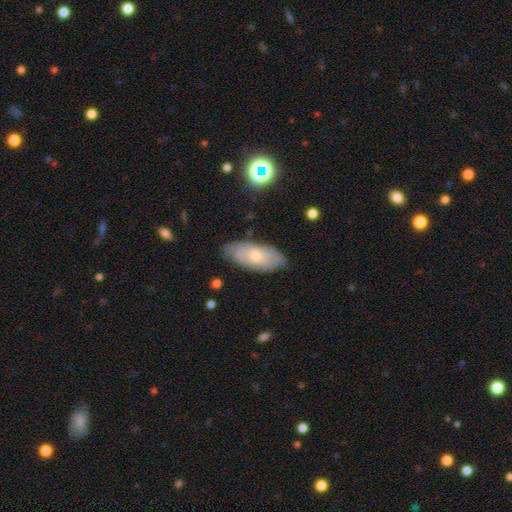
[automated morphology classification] The model was most divided on "smooth or featured": featured or disk: 47%, smooth: 46%, star or artifact: 7%. More confident: merging — none (75%).